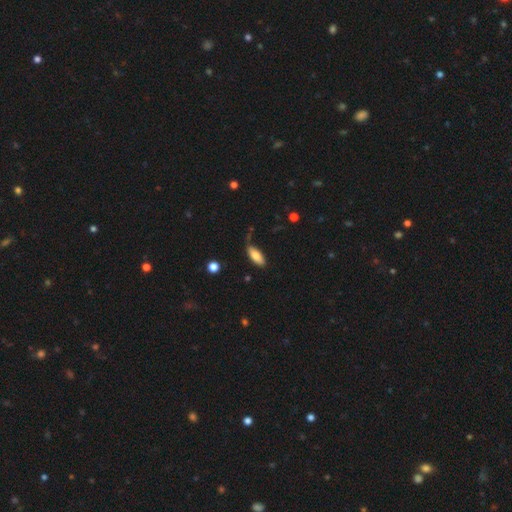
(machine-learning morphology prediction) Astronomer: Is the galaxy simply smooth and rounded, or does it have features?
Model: smooth — 81%.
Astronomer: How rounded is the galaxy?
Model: in between — 79%.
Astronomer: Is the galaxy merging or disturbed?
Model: none — 68%.